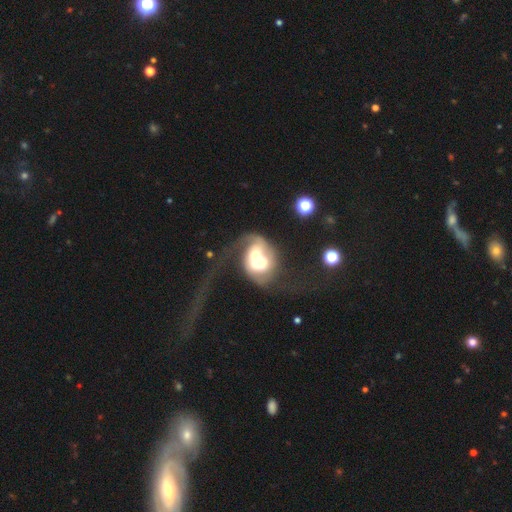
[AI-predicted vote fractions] smooth-or-featured: featured or disk: 61% | smooth: 31% | star or artifact: 8%
  disk-edge-on: no: 96% | yes: 4%
    bar: no: 76% | weak: 18% | strong: 7%
    has-spiral-arms: yes: 56% | no: 44%
    bulge-size: moderate: 53% | large: 27% | small: 10% | dominant: 8% | none: 3%
  merging: merger: 70% | major disturbance: 17% | none: 8% | minor disturbance: 5%